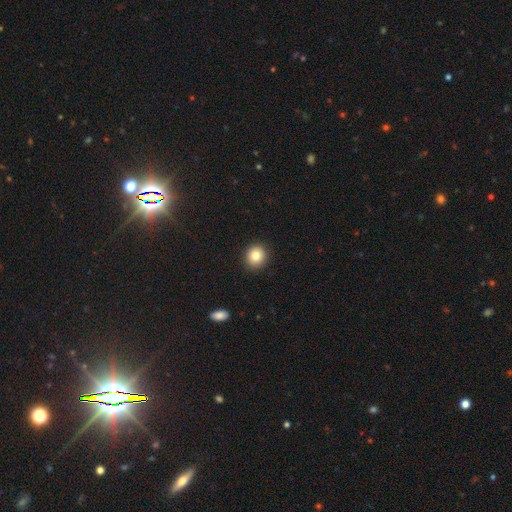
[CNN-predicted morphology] type=smooth (82%); roundness=round (85%); merging=none (92%).